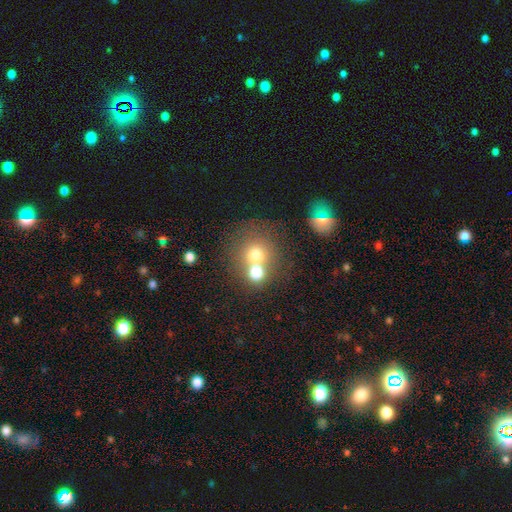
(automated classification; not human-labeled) smooth 69%, featured or disk 16%, star or artifact 15%. Down the decision tree: how rounded — round (85%); merging — merger (46%).